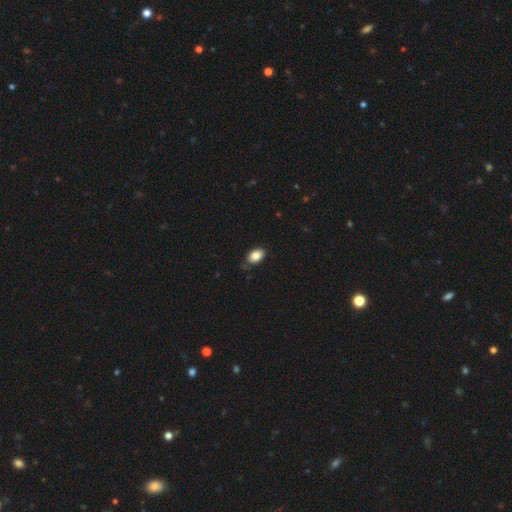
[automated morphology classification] type=smooth (85%); roundness=in between (87%); merging=none (75%).